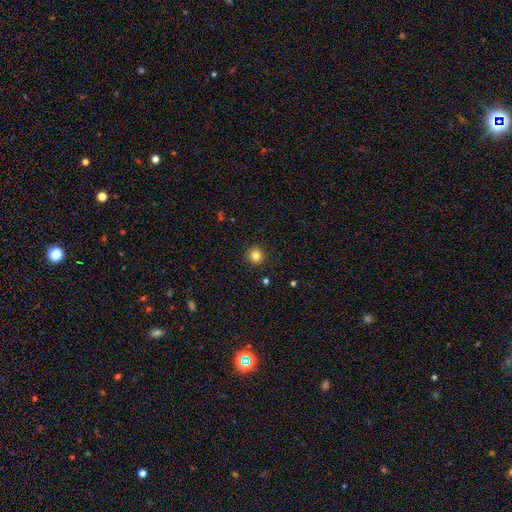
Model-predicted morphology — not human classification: Q: Smooth or featured?
A: smooth (83%); runner-up: star or artifact (12%)
Q: How rounded?
A: round (95%); runner-up: in between (4%)
Q: Merging?
A: none (91%); runner-up: minor disturbance (6%)